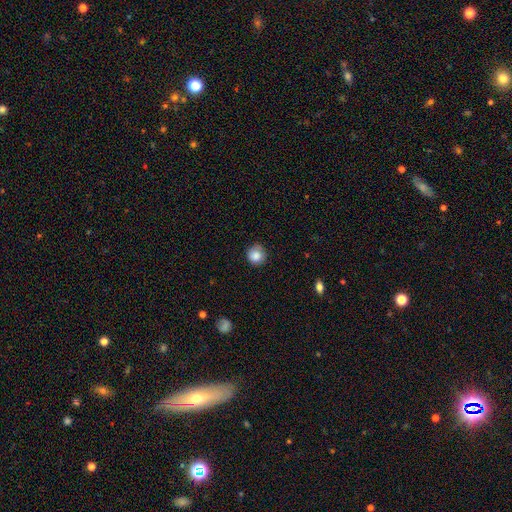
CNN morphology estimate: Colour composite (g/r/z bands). It shows a smooth galaxy with no disk features (85%) that is round (91%). Merging: none (78%).